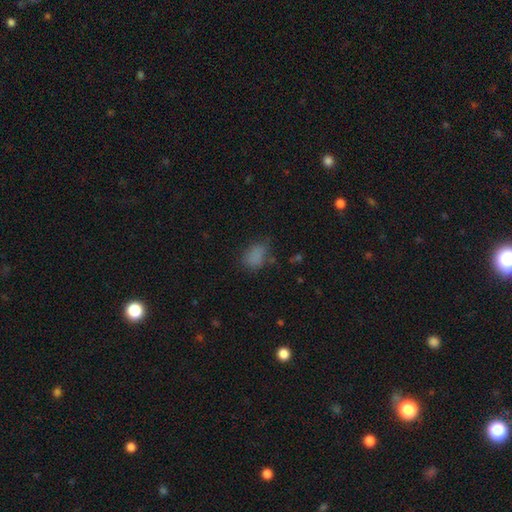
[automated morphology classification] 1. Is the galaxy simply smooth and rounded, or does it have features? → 78% smooth, 14% star or artifact, 8% featured or disk.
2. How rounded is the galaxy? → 74% in between, 25% round, 2% cigar-shaped.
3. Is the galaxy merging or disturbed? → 60% none, 25% minor disturbance, 11% major disturbance, 4% merger.